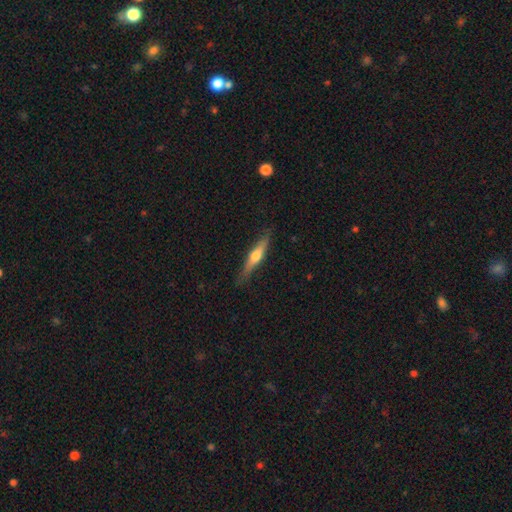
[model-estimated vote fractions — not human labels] Q: Smooth or featured?
A: featured or disk (54%); runner-up: smooth (40%)
Q: Edge-on disk?
A: yes (95%); runner-up: no (5%)
Q: Edge-on bulge?
A: rounded (90%); runner-up: none (5%)
Q: Merging?
A: none (82%); runner-up: minor disturbance (14%)